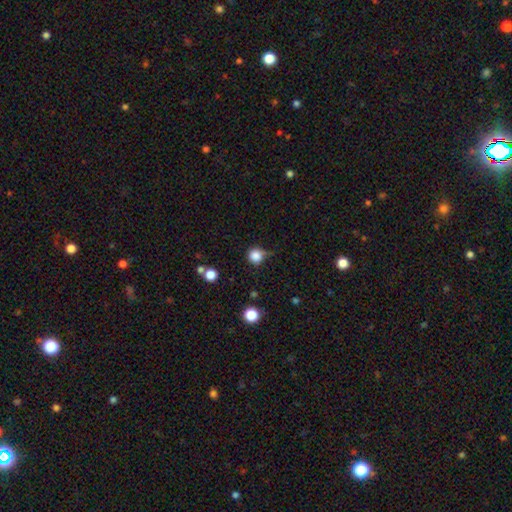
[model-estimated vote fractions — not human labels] The model was most divided on "merging": none: 60%, minor disturbance: 28%, major disturbance: 8%, merger: 5%. More confident: how rounded — round (92%); smooth or featured — smooth (83%).